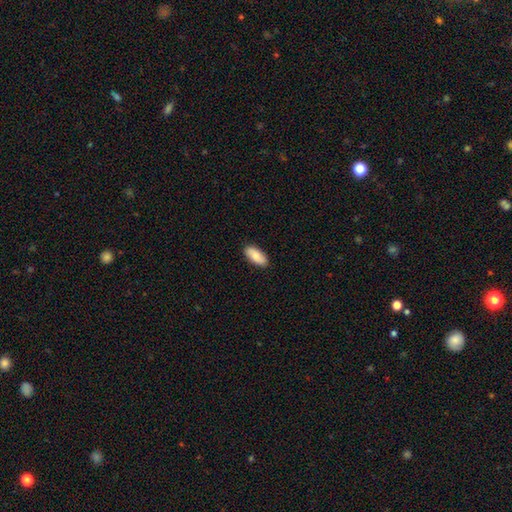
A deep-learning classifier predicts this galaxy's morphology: smooth 84%, featured or disk 10%, star or artifact 6%. Down the decision tree: how rounded — in between (89%); merging — none (89%).